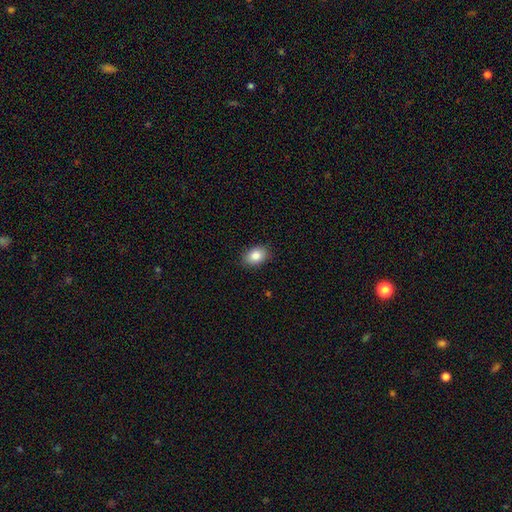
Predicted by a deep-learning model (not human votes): smooth 85%, star or artifact 8%, featured or disk 7%. Down the decision tree: how rounded — in between (76%); merging — none (87%).